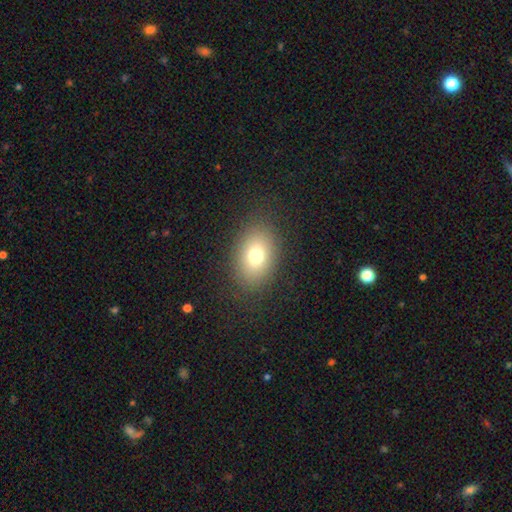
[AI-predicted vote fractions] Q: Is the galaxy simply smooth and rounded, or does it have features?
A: smooth — 73%.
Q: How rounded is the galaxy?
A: in between — 75%.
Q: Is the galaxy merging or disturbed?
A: none — 85%.